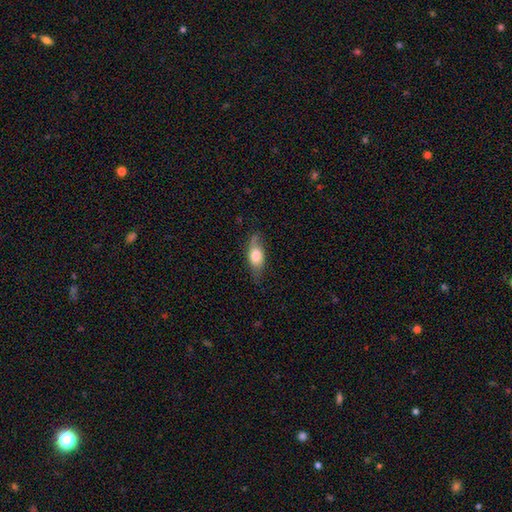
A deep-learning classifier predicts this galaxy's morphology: A smooth galaxy with no disk features (61%) that is in between round and cigar-shaped (78%).

Vote fractions:
- Smooth or featured? smooth: 61% / featured or disk: 32% / star or artifact: 7%
- How rounded? in between: 78% / cigar-shaped: 17% / round: 5%
- Merging? none: 66% / minor disturbance: 25% / major disturbance: 7% / merger: 2%